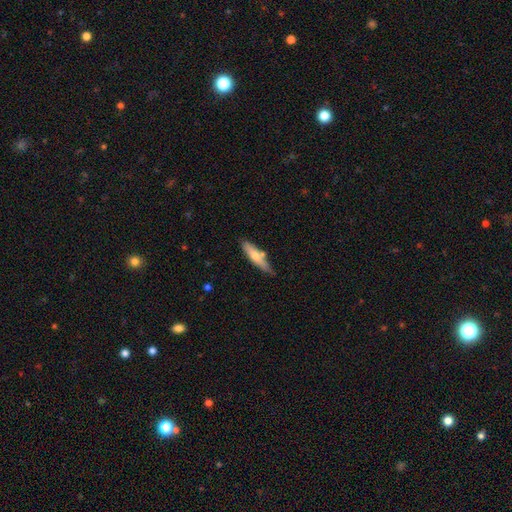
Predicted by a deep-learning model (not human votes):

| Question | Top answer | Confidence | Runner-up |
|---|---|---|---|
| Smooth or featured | smooth | 61% | featured or disk (33%) |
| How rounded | cigar-shaped | 76% | in between (23%) |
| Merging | none | 62% | minor disturbance (23%) |